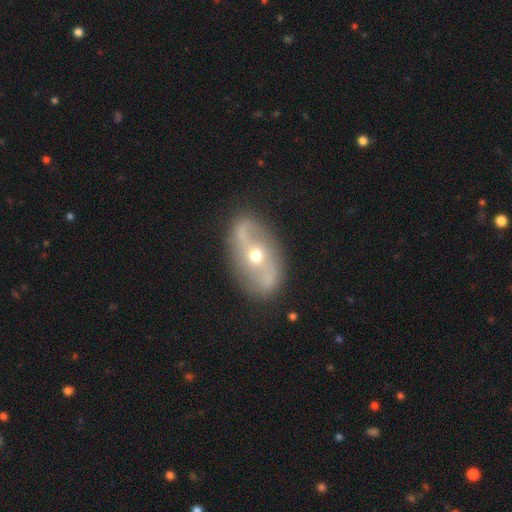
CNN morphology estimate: This is likely a featured or disk galaxy (76%). It is clearly not viewed edge-on (92%). Bar: marginally no (44%). Spiral arm pattern: likely yes (72%). Spiral arm count: clearly 2 (89%). Spiral winding: possibly loose (57%). Central bulge: likely moderate (69%). Merging: clearly none (82%).